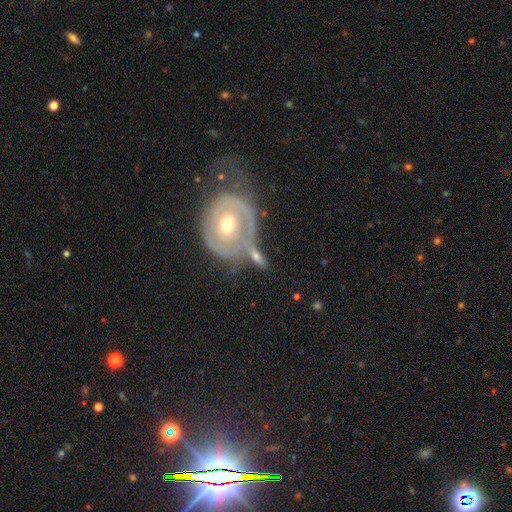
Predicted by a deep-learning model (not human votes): Morphology: type=featured or disk (61%); edge-on=no (86%); bar=no (72%); spiral arms=yes (60%); bulge=moderate (67%); merging=none (41%).